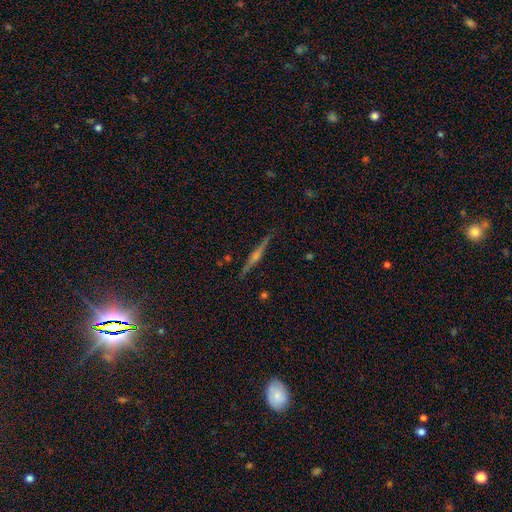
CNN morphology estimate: smooth-or-featured: featured or disk: 78% | smooth: 14% | star or artifact: 8%
  disk-edge-on: yes: 98% | no: 2%
    edge-on-bulge: rounded: 76% | none: 12% | boxy: 11%
  merging: none: 91% | minor disturbance: 7% | major disturbance: 1% | merger: 1%